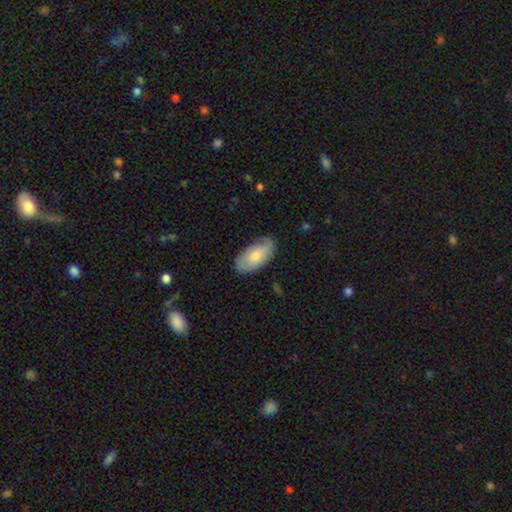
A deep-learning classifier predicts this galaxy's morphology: A smooth galaxy with no disk features (71%) that is in between round and cigar-shaped (94%).

Vote fractions:
- Smooth or featured? smooth: 71% / featured or disk: 23% / star or artifact: 6%
- How rounded? in between: 94% / cigar-shaped: 4% / round: 2%
- Merging? none: 75% / minor disturbance: 20% / major disturbance: 4% / merger: 1%